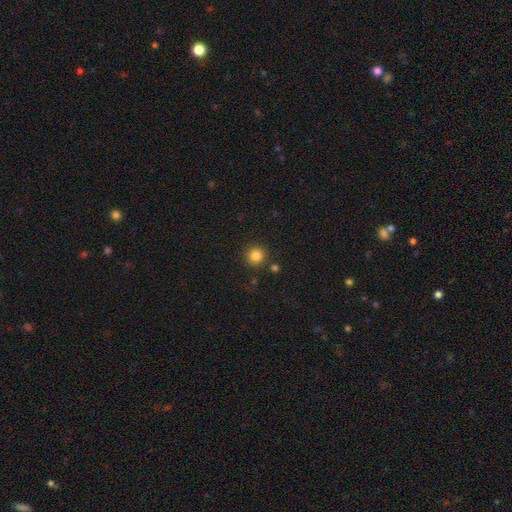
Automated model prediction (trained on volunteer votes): A smooth galaxy with no disk features (84%) that is round (94%). Merging: none (87%).